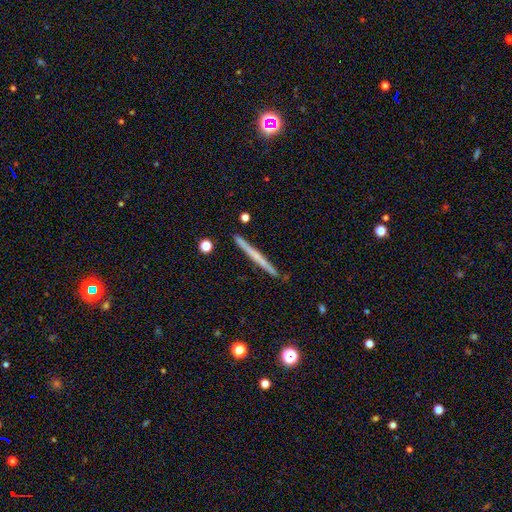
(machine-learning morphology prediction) Smooth or featured: featured or disk — 52% (smooth — 42%)
Edge-on disk: yes — 98% (no — 2%)
Edge-on bulge: none — 76% (rounded — 19%)
Merging: none — 91% (minor disturbance — 6%)